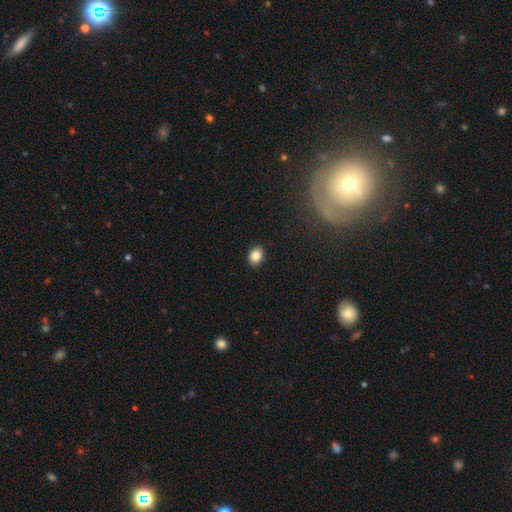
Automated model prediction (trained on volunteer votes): smooth-or-featured: smooth: 85% | star or artifact: 9% | featured or disk: 5%
  how-rounded: in between: 64% | round: 35% | cigar-shaped: 1%
  merging: none: 90% | minor disturbance: 8% | major disturbance: 2% | merger: 1%